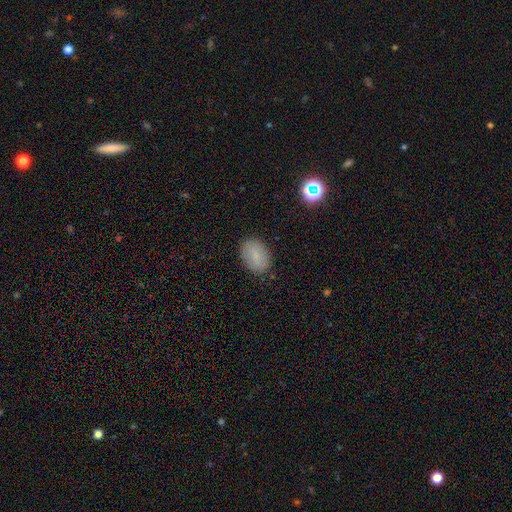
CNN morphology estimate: smooth_or_featured: smooth (p=0.79) [alt: featured or disk p=0.11]
how_rounded: in between (p=0.85) [alt: round p=0.13]
merging: none (p=0.85) [alt: minor disturbance p=0.11]